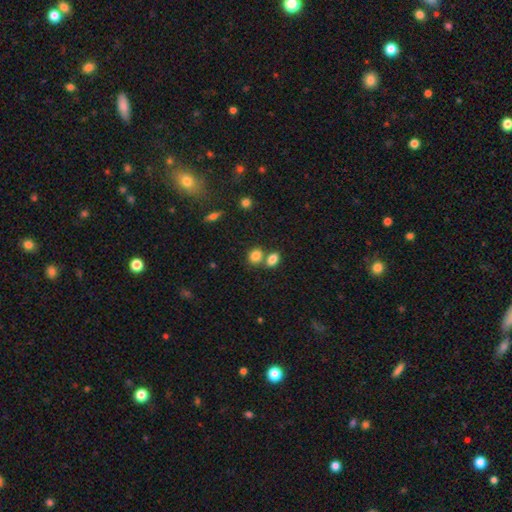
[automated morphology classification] smooth 83%, star or artifact 10%, featured or disk 7%. Down the decision tree: how rounded — in between (50%); merging — none (48%).